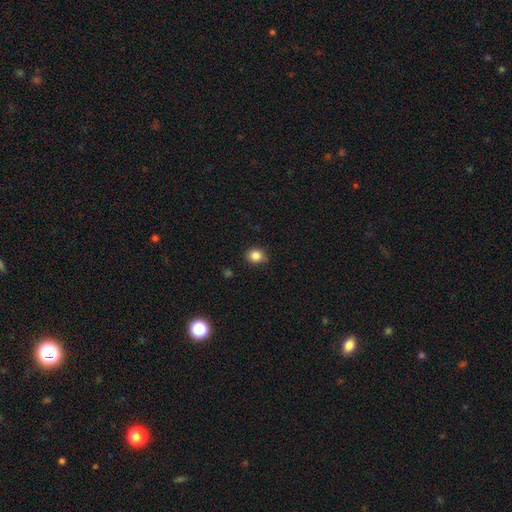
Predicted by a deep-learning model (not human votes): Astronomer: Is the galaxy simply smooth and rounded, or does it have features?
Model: smooth — 85%.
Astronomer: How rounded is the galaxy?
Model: round — 71%.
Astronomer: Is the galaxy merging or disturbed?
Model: none — 84%.